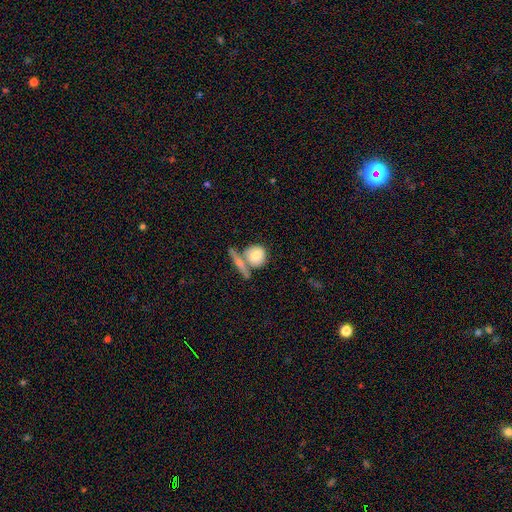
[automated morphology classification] Smooth or featured: smooth — 73% (featured or disk — 20%)
How rounded: round — 75% (in between — 21%)
Merging: none — 48% (merger — 34%)